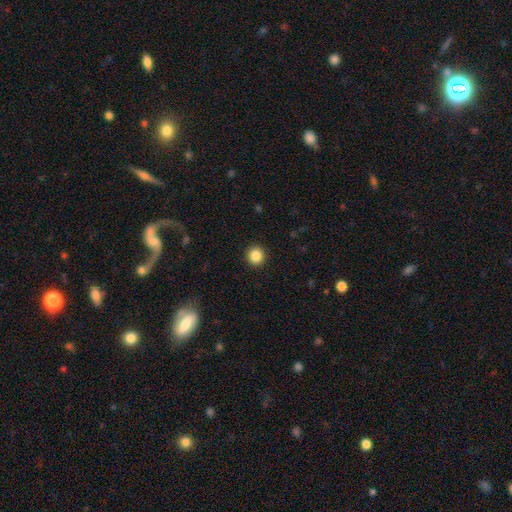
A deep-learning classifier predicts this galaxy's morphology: Smooth or featured? smooth (87%)
How rounded? round (92%)
Merging? none (93%)